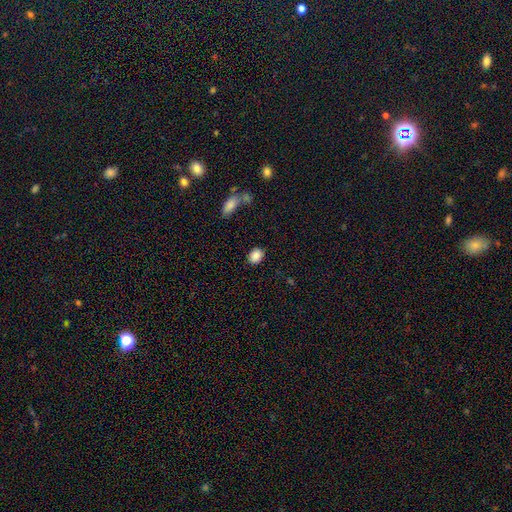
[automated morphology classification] This appears to be a smooth galaxy with no disk features (88%) that is in between round and cigar-shaped (60%). Merging: none (85%).